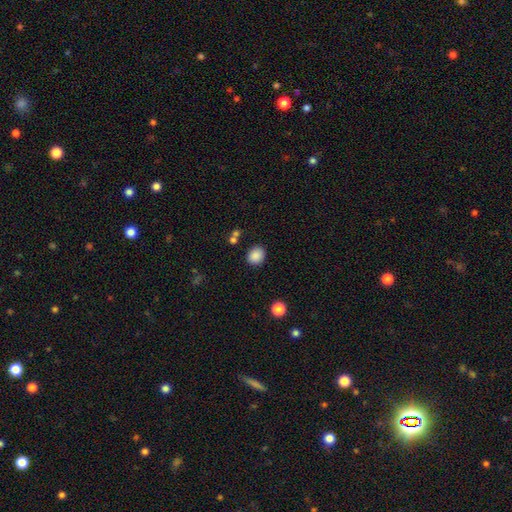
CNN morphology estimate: A smooth galaxy with no disk features (87%) that is round (65%).

Vote fractions:
- Smooth or featured? smooth: 87% / star or artifact: 10% / featured or disk: 4%
- How rounded? round: 65% / in between: 34% / cigar-shaped: 1%
- Merging? none: 84% / minor disturbance: 9% / merger: 4% / major disturbance: 3%